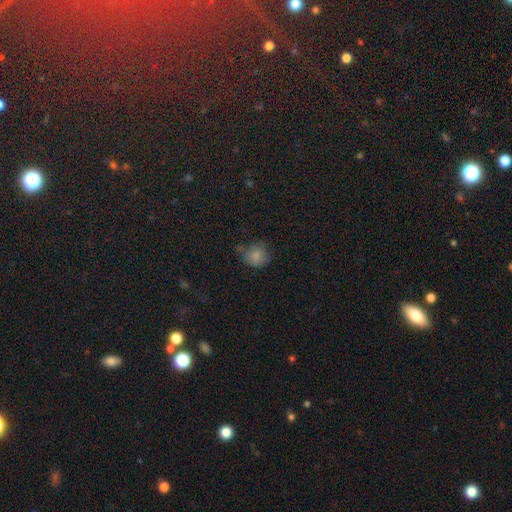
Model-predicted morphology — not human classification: Smooth or featured? smooth (80%)
How rounded? round (79%)
Merging? none (56%)